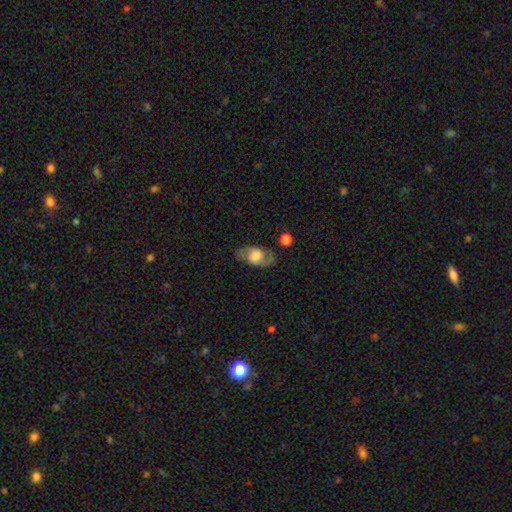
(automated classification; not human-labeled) A featured or disk galaxy (52%). Merging: none (74%).